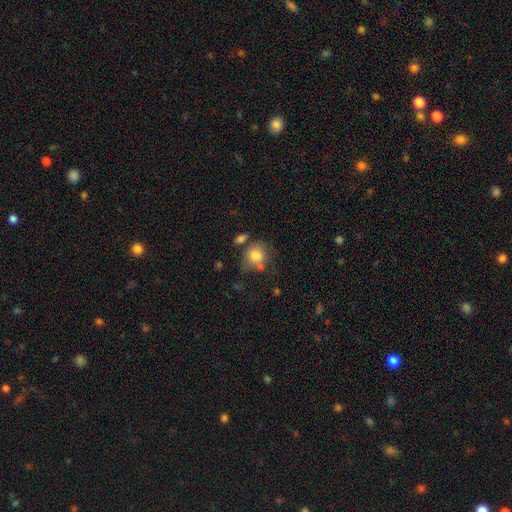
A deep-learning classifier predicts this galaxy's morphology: smooth_or_featured: smooth (p=0.80) [alt: featured or disk p=0.11]
how_rounded: round (p=0.65) [alt: in between p=0.34]
merging: none (p=0.50) [alt: minor disturbance p=0.22]